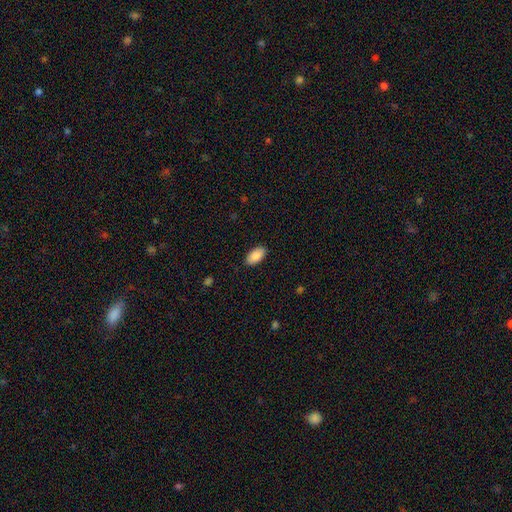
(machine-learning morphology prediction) This appears to be a smooth galaxy with no disk features (88%) that is in between round and cigar-shaped (94%). Merging: none (88%).